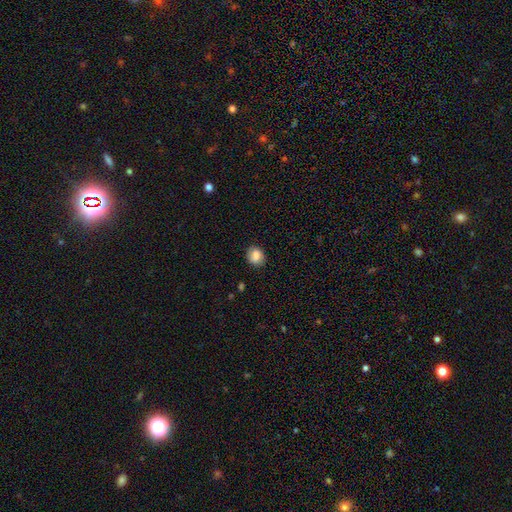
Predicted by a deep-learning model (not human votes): smooth_or_featured: smooth (p=0.80) [alt: featured or disk p=0.11]
how_rounded: round (p=0.61) [alt: in between p=0.38]
merging: none (p=0.83) [alt: minor disturbance p=0.12]